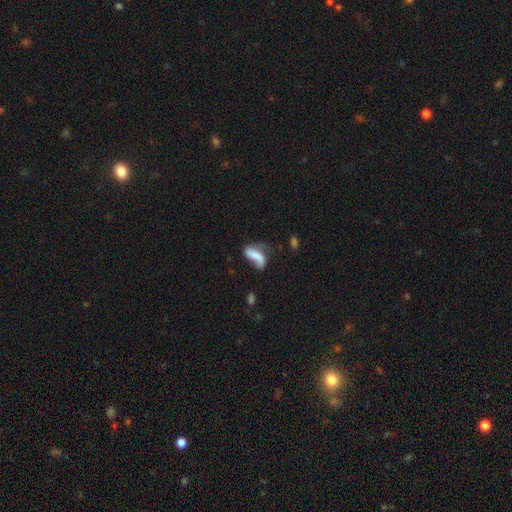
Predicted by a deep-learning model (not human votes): The model was most divided on "merging": major disturbance: 33%, none: 31%, minor disturbance: 26%, merger: 10%. More confident: how rounded — in between (71%); smooth or featured — smooth (52%).